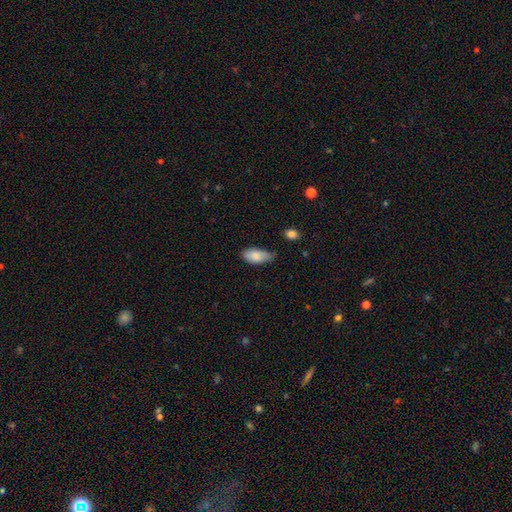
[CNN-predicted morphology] smooth-or-featured: smooth: 85% | featured or disk: 8% | star or artifact: 7%
  how-rounded: in between: 91% | cigar-shaped: 6% | round: 3%
  merging: none: 46% | minor disturbance: 43% | major disturbance: 8% | merger: 3%